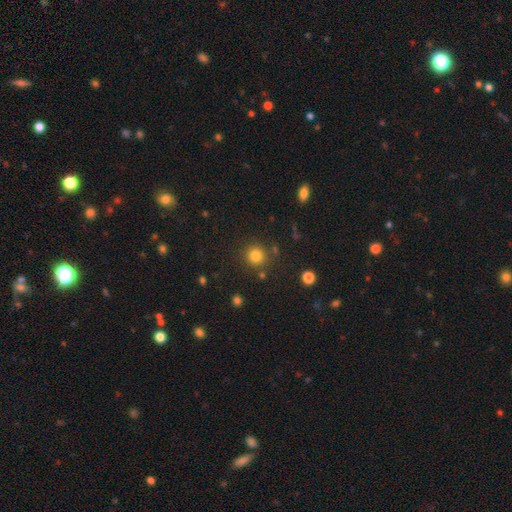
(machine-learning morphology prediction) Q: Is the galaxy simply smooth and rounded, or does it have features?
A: smooth — 82%.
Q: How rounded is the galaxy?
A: round — 93%.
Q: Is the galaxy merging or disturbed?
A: none — 85%.